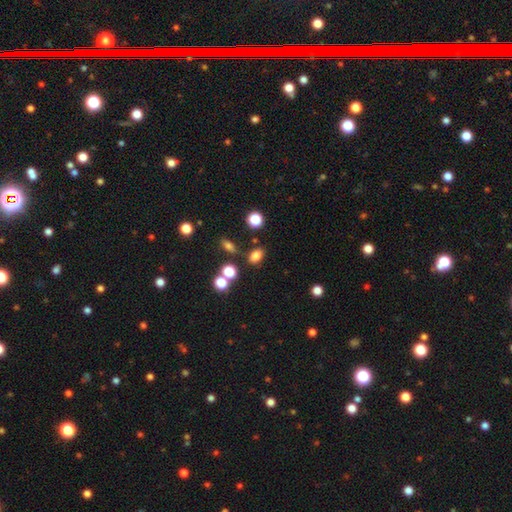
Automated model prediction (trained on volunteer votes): Smooth or featured? smooth (79%)
How rounded? in between (79%)
Merging? none (77%)